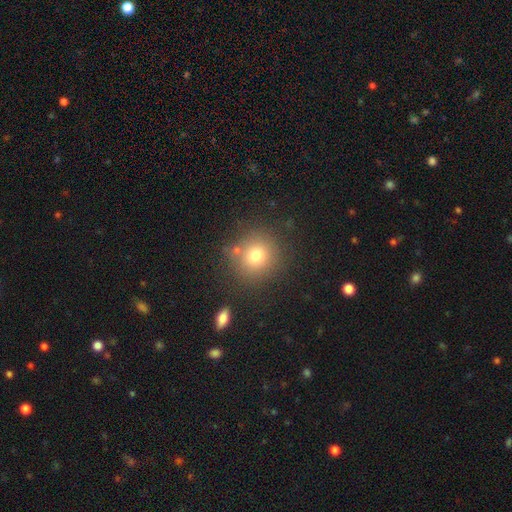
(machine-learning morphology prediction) This appears to be a smooth galaxy with no disk features (76%) that is round (89%). Merging: none (79%).